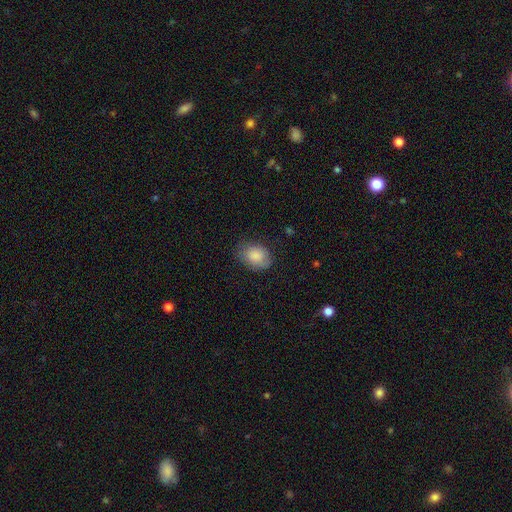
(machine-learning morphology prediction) type=smooth (86%); roundness=in between (72%); merging=none (70%).